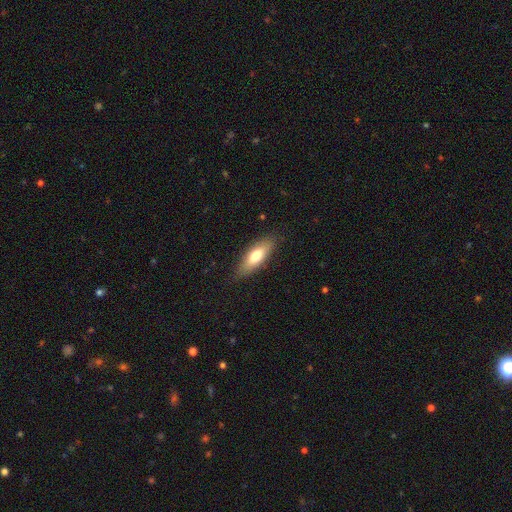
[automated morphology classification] This is likely a smooth galaxy (72%). How rounded: possibly in between (60%). Merging: clearly none (84%).